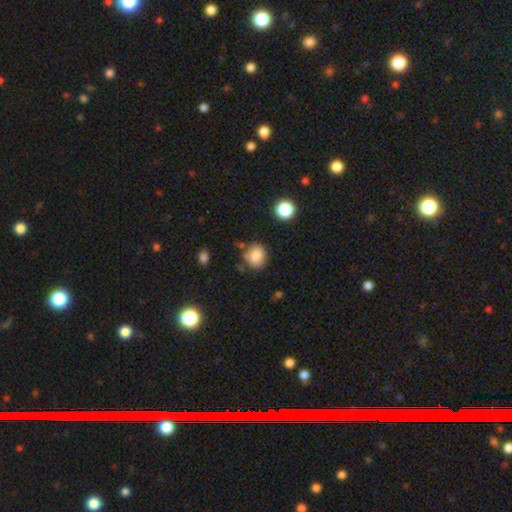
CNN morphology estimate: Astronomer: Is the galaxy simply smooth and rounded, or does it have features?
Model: smooth — 84%.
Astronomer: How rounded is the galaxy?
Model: round — 68%.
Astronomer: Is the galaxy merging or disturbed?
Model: none — 73%.